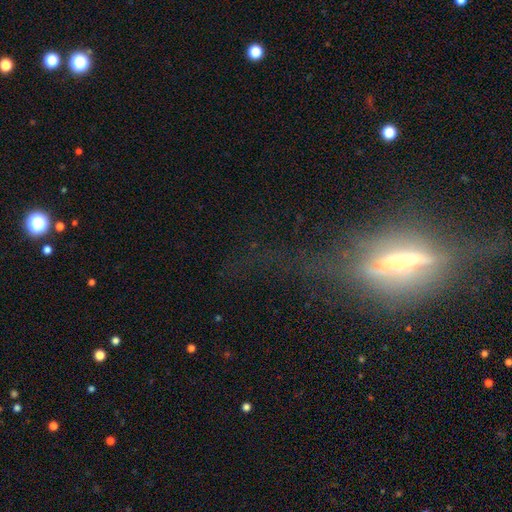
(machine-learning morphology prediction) This is possibly a featured or disk galaxy (53%). It is likely viewed edge-on (66%). Merging: possibly none (47%).